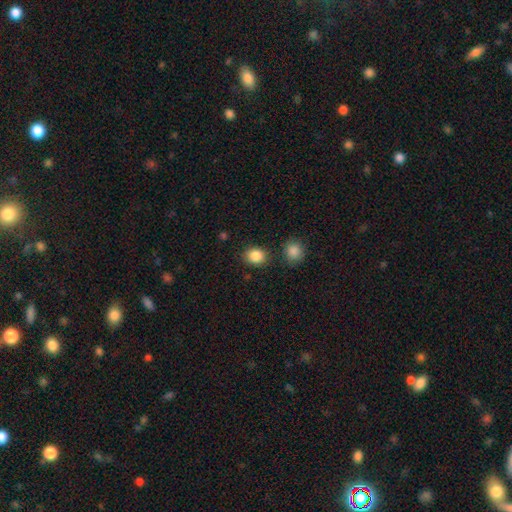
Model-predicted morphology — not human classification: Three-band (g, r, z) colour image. It shows a smooth galaxy with no disk features (87%) that is round (68%). Merging: none (81%).